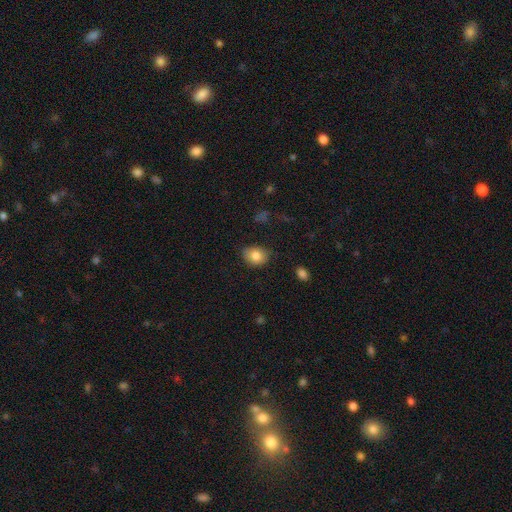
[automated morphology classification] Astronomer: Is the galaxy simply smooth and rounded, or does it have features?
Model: smooth — 83%.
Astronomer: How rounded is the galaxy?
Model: in between — 59% (runner-up: round, 40%).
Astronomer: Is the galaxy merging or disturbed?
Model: none — 75%.